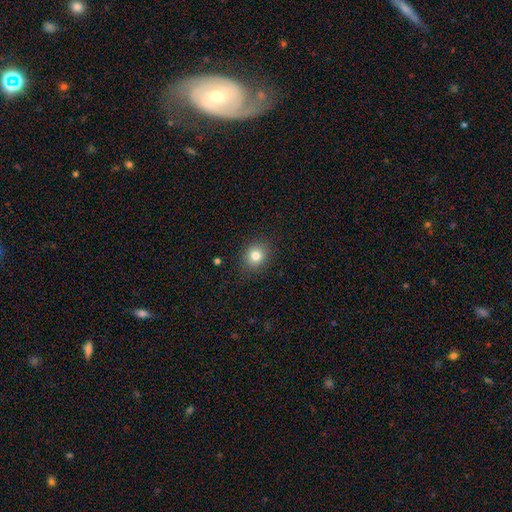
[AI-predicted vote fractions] smooth_or_featured: smooth (p=0.80) [alt: star or artifact p=0.12]
how_rounded: round (p=0.77) [alt: in between p=0.22]
merging: none (p=0.88) [alt: minor disturbance p=0.08]